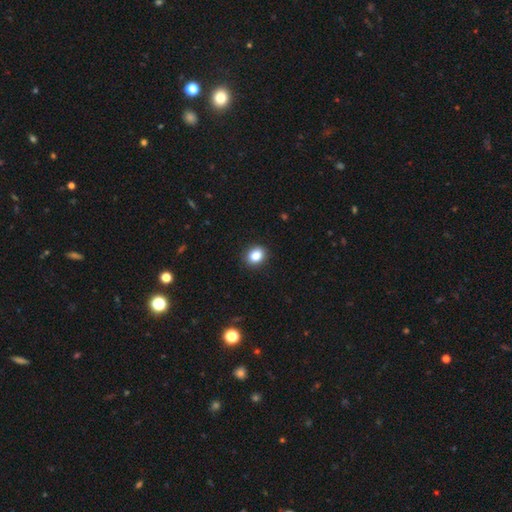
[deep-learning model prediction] The model was most divided on "how rounded": round: 55%, in between: 44%, cigar-shaped: 1%. More confident: merging — none (90%); smooth or featured — smooth (86%).